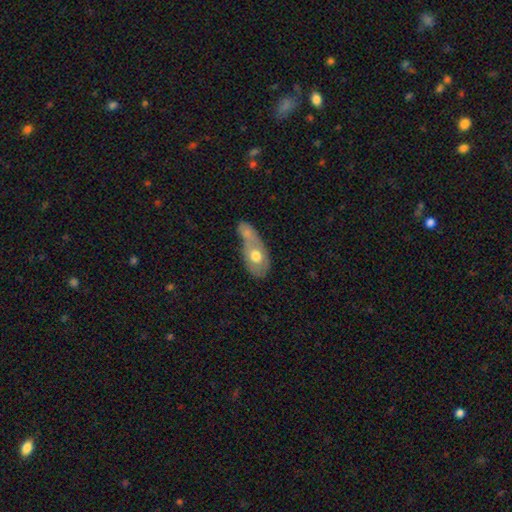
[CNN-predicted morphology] A smooth galaxy with no disk features (60%) that is in between round and cigar-shaped (83%). Merging: merger (55%).